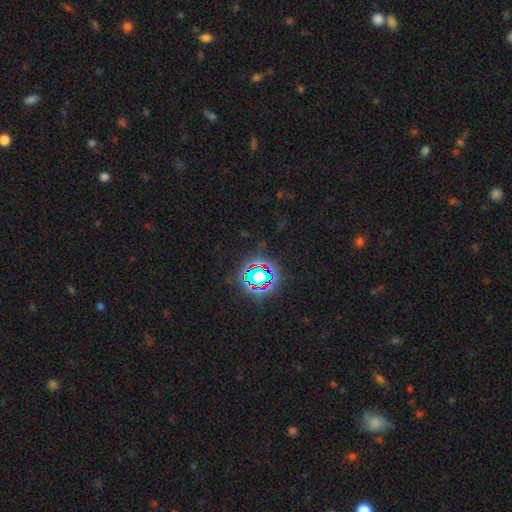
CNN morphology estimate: type=star or artifact (79%).